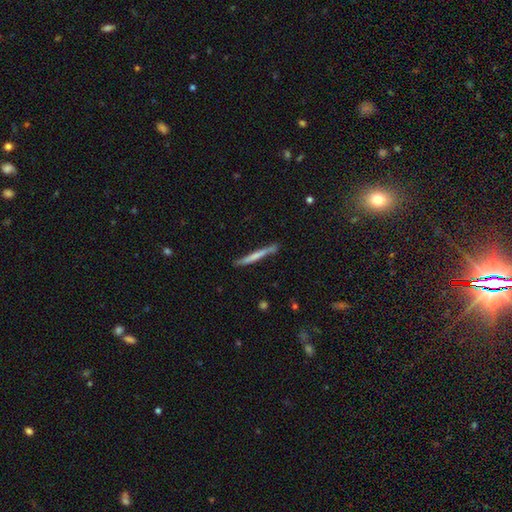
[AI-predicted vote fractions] The model was most divided on "smooth or featured": smooth: 55%, featured or disk: 39%, star or artifact: 6%. More confident: how rounded — cigar-shaped (97%); merging — none (79%).